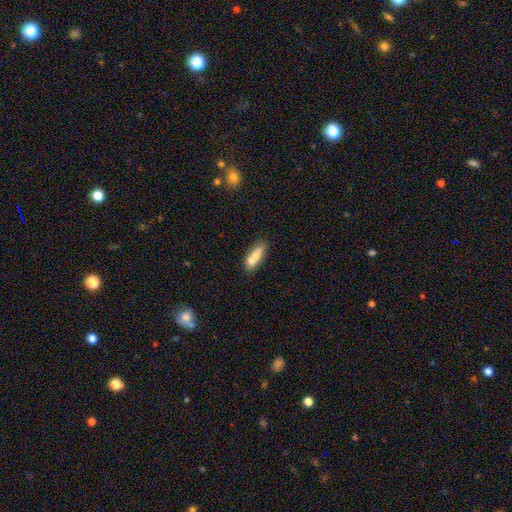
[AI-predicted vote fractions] The model was most divided on "merging": merger: 43%, none: 41%, minor disturbance: 12%, major disturbance: 5%. More confident: how rounded — in between (70%); smooth or featured — smooth (66%).